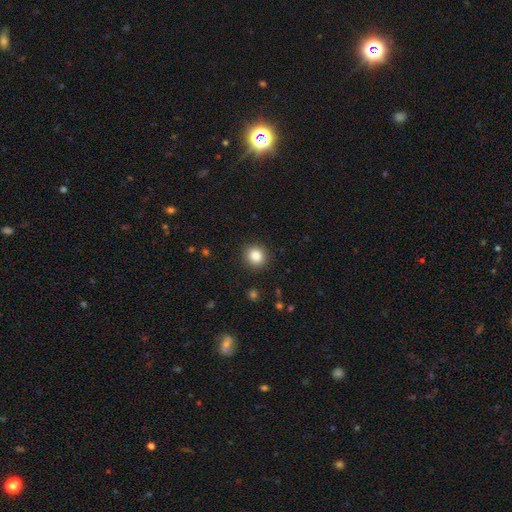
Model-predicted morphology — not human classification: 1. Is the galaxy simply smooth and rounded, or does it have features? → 86% smooth, 10% star or artifact, 4% featured or disk.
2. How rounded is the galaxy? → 85% round, 14% in between, 1% cigar-shaped.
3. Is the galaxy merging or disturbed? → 90% none, 6% minor disturbance, 2% major disturbance, 1% merger.